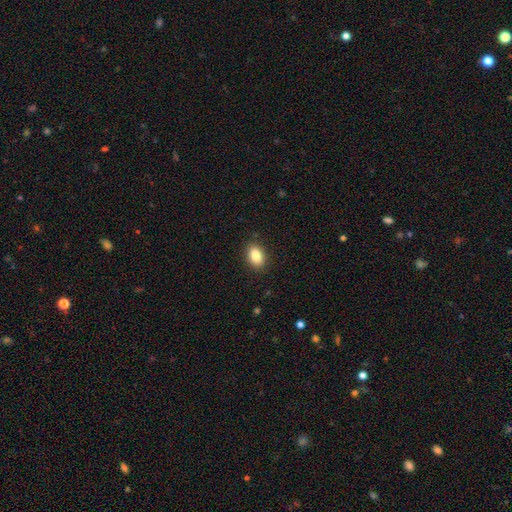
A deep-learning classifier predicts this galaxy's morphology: Smooth or featured?
  - smooth: 87% *
  - star or artifact: 8%
  - featured or disk: 5%
How rounded?
  - in between: 86% *
  - round: 12%
  - cigar-shaped: 2%
Merging?
  - none: 88% *
  - minor disturbance: 8%
  - major disturbance: 2%
  - merger: 1%